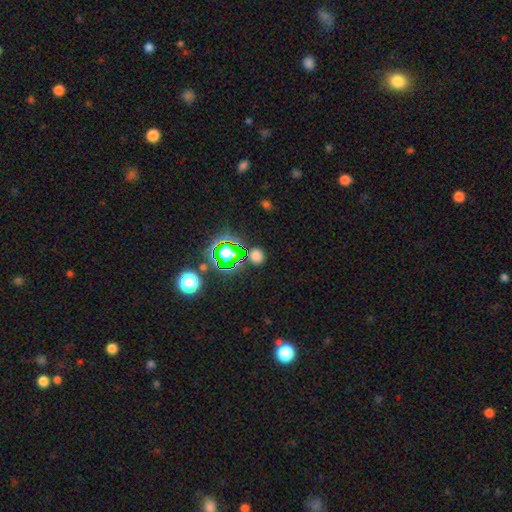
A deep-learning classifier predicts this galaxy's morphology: A smooth galaxy with no disk features (59%) that is round (79%).

Vote fractions:
- Smooth or featured? smooth: 59% / star or artifact: 35% / featured or disk: 6%
- How rounded? round: 79% / in between: 19% / cigar-shaped: 2%
- Merging? none: 82% / minor disturbance: 9% / merger: 5% / major disturbance: 4%